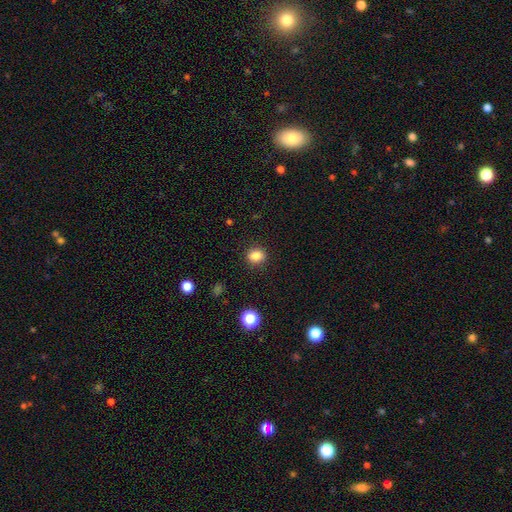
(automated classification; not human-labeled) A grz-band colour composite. It shows a smooth galaxy with no disk features (85%) that is round (69%). Merging: none (89%).